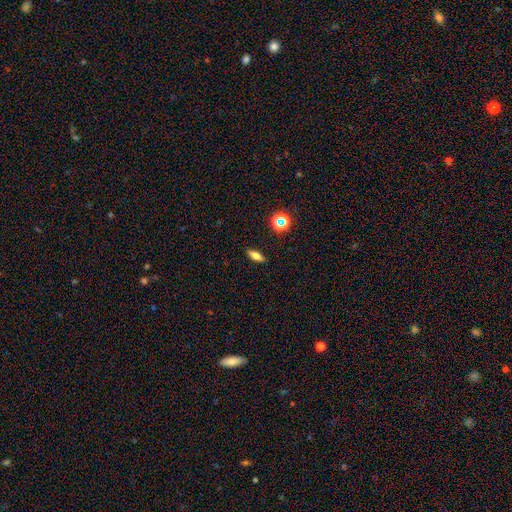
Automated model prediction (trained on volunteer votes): Smooth or featured? Predicted: smooth (p=0.64). How rounded? Predicted: in between (p=0.64). Merging? Predicted: none (p=0.89).